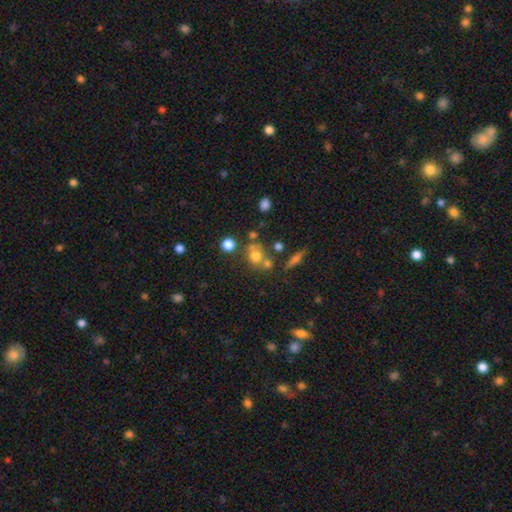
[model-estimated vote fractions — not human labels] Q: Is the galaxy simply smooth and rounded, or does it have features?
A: smooth — 68%.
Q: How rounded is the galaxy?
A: round — 78%.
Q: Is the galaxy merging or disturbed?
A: none — 50%.